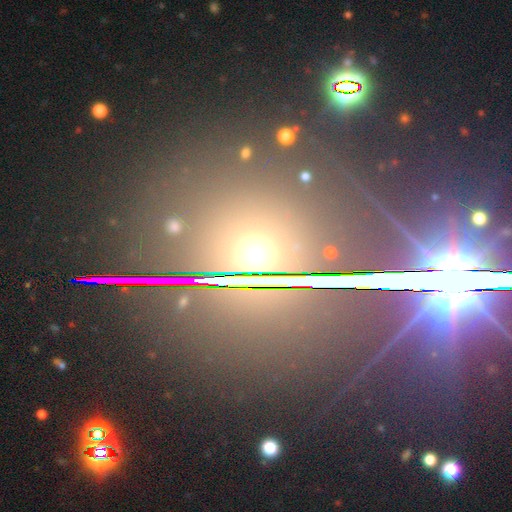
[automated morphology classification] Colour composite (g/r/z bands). It shows a star or artifact, not a galaxy (45%).